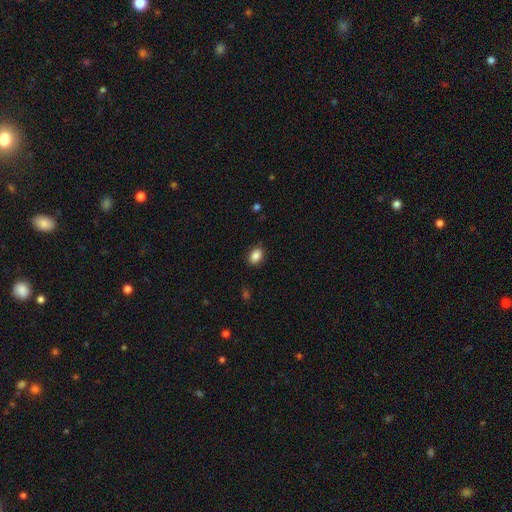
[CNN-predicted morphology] Overall: smooth (87%). How rounded: in between (77%). Merging: none (87%).